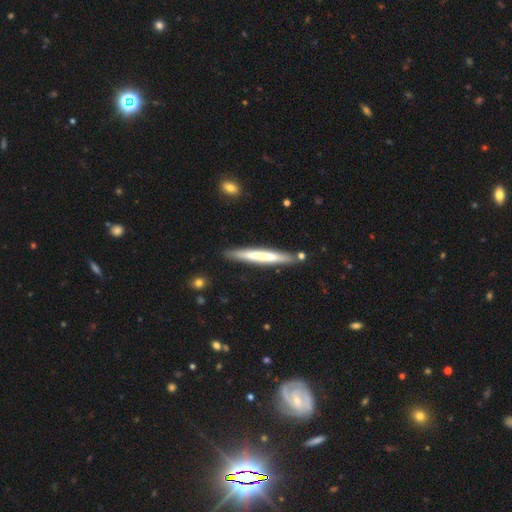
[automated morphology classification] This appears to be a smooth galaxy with no disk features (54%) that is cigar-shaped (96%). Merging: none (87%).